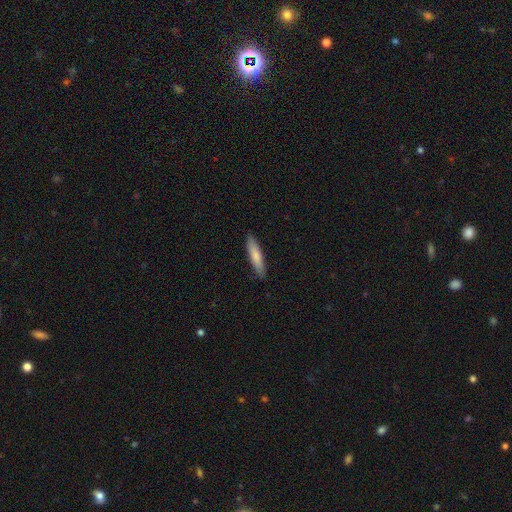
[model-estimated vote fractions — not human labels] Smooth or featured? smooth (78%)
How rounded? cigar-shaped (81%)
Merging? none (88%)